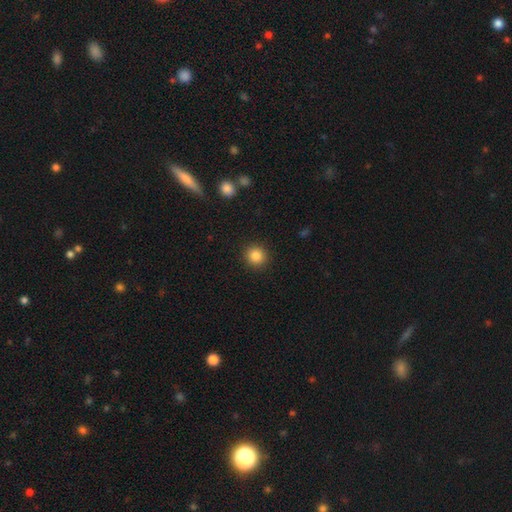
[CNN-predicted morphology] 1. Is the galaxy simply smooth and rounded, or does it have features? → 86% smooth, 10% star or artifact, 4% featured or disk.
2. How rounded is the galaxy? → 91% round, 8% in between, 1% cigar-shaped.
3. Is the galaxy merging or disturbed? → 91% none, 6% minor disturbance, 2% major disturbance, 1% merger.